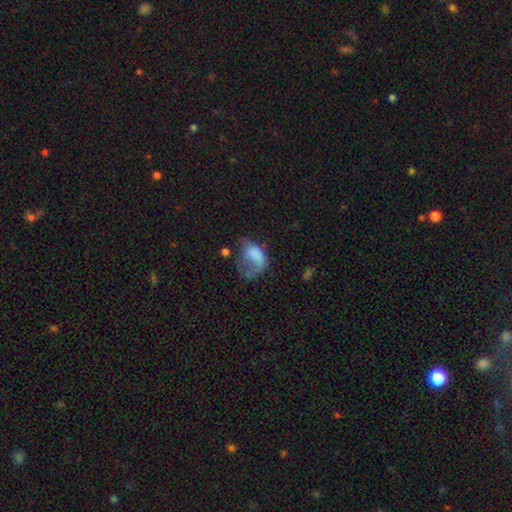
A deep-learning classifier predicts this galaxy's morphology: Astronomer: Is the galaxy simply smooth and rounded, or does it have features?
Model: smooth — 60%.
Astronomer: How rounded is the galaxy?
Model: in between — 77%.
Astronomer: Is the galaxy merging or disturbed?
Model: major disturbance — 58%.